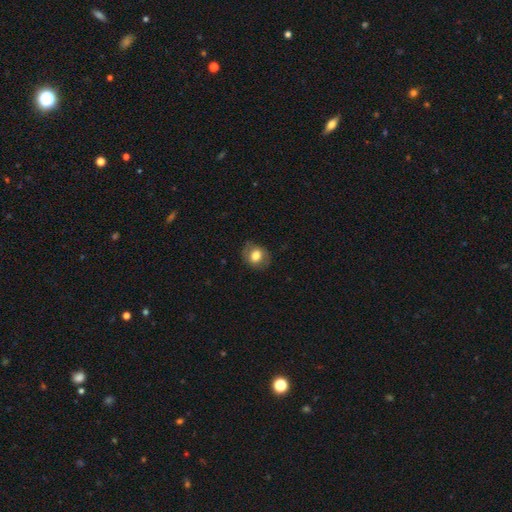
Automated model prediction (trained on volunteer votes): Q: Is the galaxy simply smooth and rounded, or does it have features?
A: smooth — 73%.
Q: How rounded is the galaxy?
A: round — 61%.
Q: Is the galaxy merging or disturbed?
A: none — 79%.